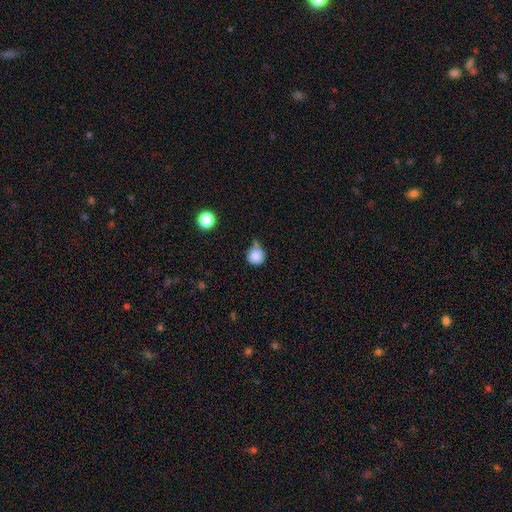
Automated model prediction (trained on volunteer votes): Morphology: type=smooth (85%); roundness=round (91%); merging=none (46%).